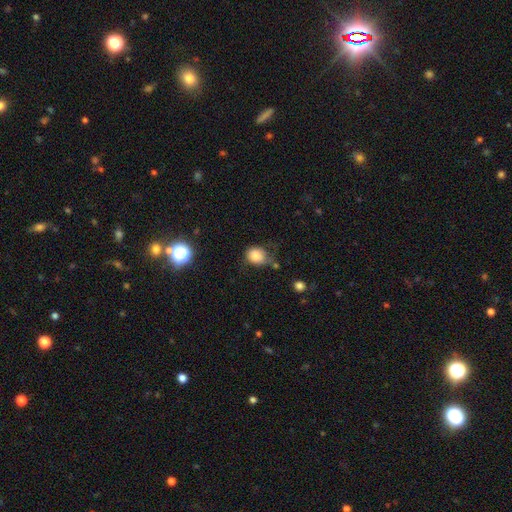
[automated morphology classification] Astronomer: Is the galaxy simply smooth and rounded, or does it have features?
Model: smooth — 82%.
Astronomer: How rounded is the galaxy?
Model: round — 65%.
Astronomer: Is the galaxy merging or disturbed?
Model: none — 54% (runner-up: minor disturbance, 29%).